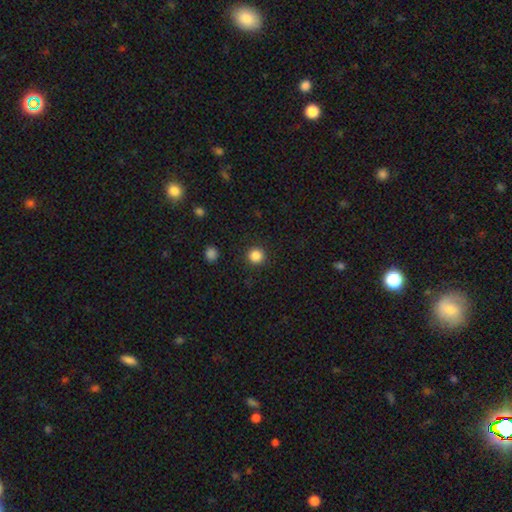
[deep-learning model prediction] Morphology: type=smooth (86%); roundness=round (95%); merging=none (92%).